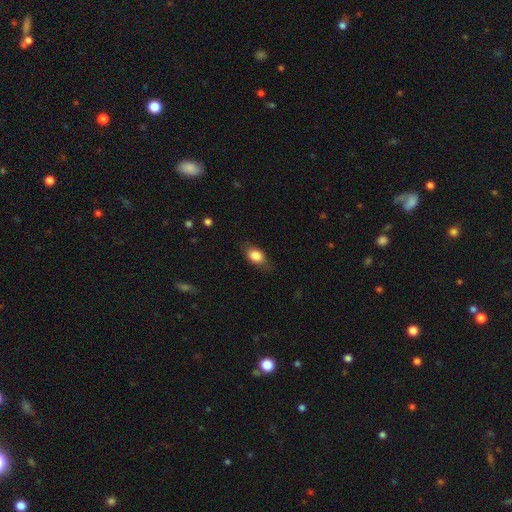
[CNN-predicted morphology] The model was most divided on "merging": none: 75%, minor disturbance: 19%, major disturbance: 6%, merger: 1%. More confident: how rounded — in between (83%); smooth or featured — smooth (81%).